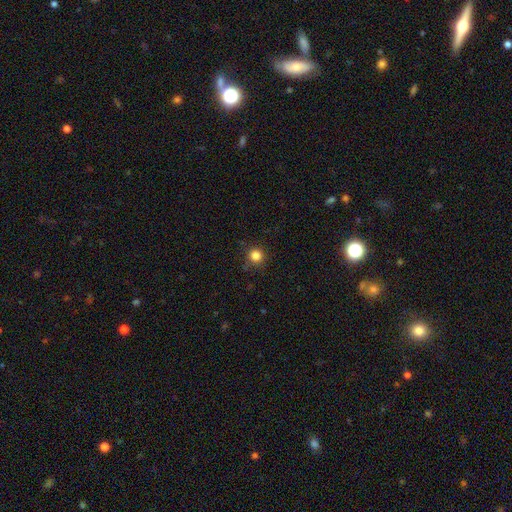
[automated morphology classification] Q: Smooth or featured?
A: smooth (83%); runner-up: star or artifact (13%)
Q: How rounded?
A: round (95%); runner-up: in between (4%)
Q: Merging?
A: none (88%); runner-up: minor disturbance (8%)